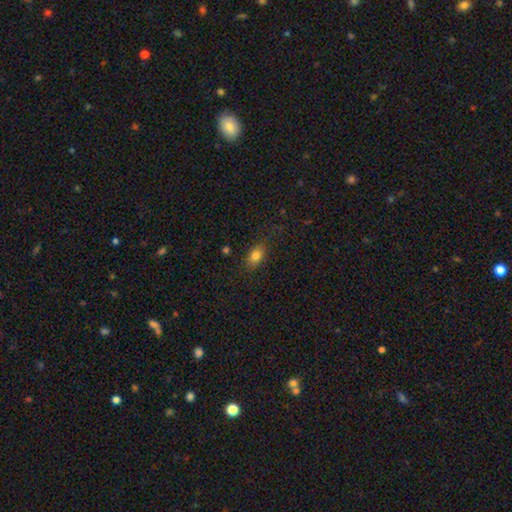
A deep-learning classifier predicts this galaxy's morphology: type=smooth (81%); roundness=in between (84%); merging=none (78%).